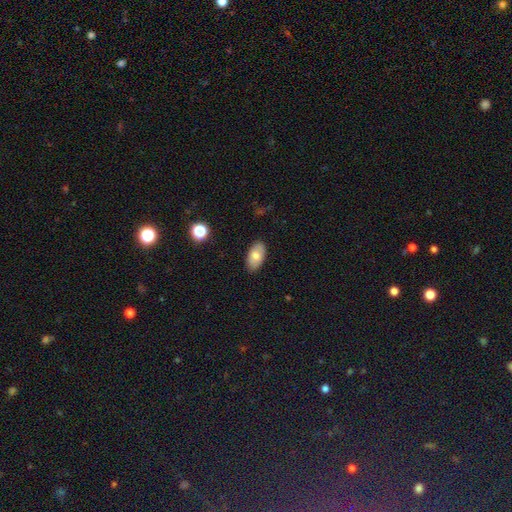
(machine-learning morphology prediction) Q: Smooth or featured?
A: smooth (76%); runner-up: featured or disk (16%)
Q: How rounded?
A: in between (94%); runner-up: round (4%)
Q: Merging?
A: none (86%); runner-up: minor disturbance (10%)